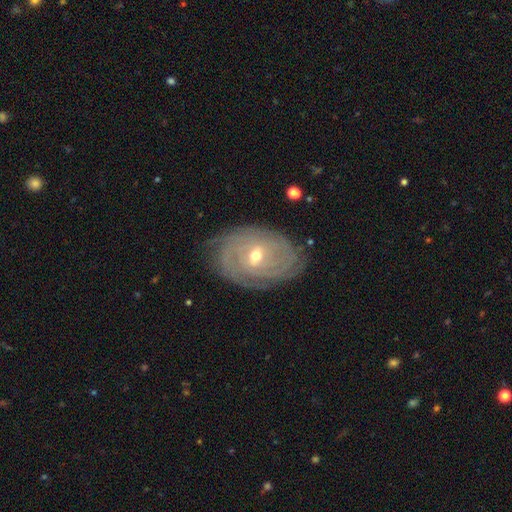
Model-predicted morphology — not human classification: Q: Smooth or featured?
A: featured or disk (86%); runner-up: smooth (9%)
Q: Edge-on disk?
A: no (96%); runner-up: yes (4%)
Q: Bar?
A: weak (50%); runner-up: no (35%)
Q: Spiral arms?
A: yes (95%); runner-up: no (5%)
Q: Spiral winding?
A: tight (82%); runner-up: medium (14%)
Q: Spiral arm count?
A: can't tell (37%); runner-up: 2 (18%)
Q: Bulge size?
A: moderate (52%); runner-up: small (45%)
Q: Merging?
A: none (79%); runner-up: minor disturbance (15%)